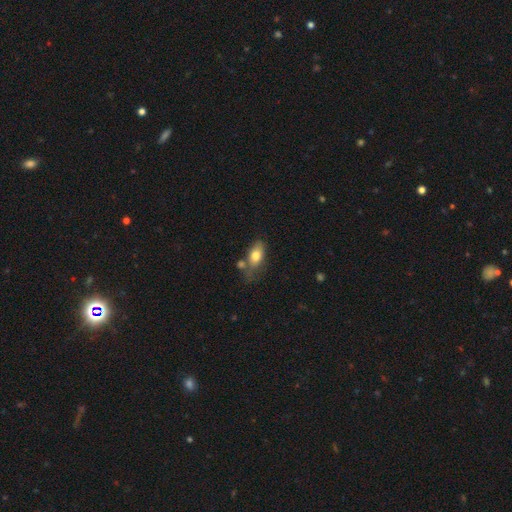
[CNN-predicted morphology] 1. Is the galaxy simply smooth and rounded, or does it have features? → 76% smooth, 16% featured or disk, 7% star or artifact.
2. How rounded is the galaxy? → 86% in between, 8% round, 5% cigar-shaped.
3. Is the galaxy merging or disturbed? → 44% none, 24% minor disturbance, 20% merger, 12% major disturbance.